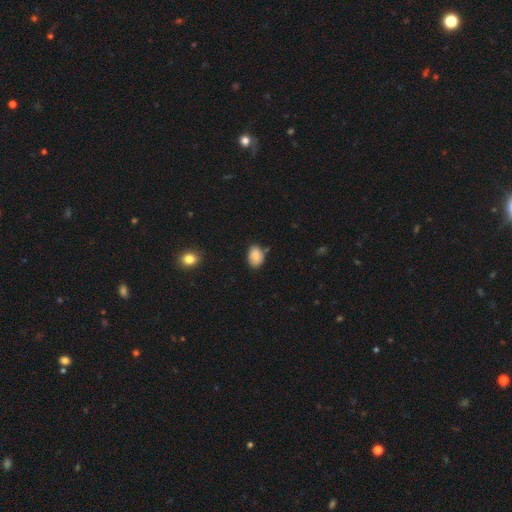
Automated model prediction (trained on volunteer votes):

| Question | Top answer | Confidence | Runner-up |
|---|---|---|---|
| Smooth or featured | smooth | 84% | star or artifact (8%) |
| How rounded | in between | 77% | round (21%) |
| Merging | none | 65% | minor disturbance (26%) |